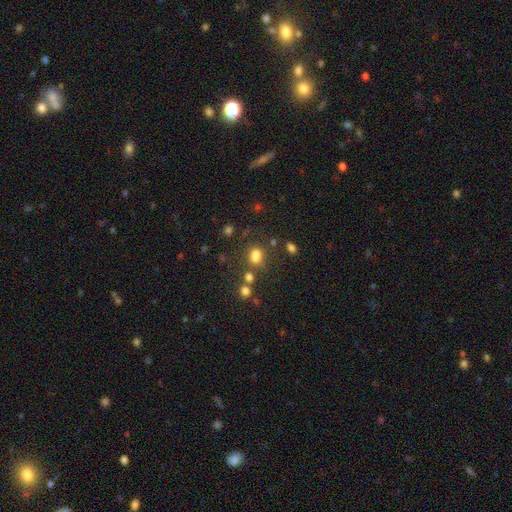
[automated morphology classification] Smooth or featured? smooth (71%)
How rounded? in between (60%)
Merging? none (51%)